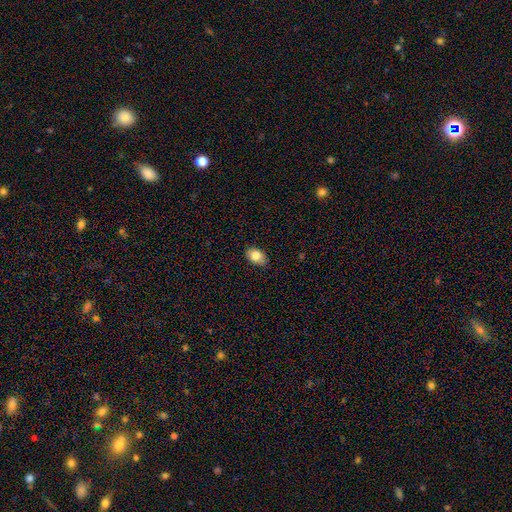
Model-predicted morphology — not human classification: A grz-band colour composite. It shows a smooth galaxy with no disk features (81%) that is in between round and cigar-shaped (80%). Merging: none (82%).